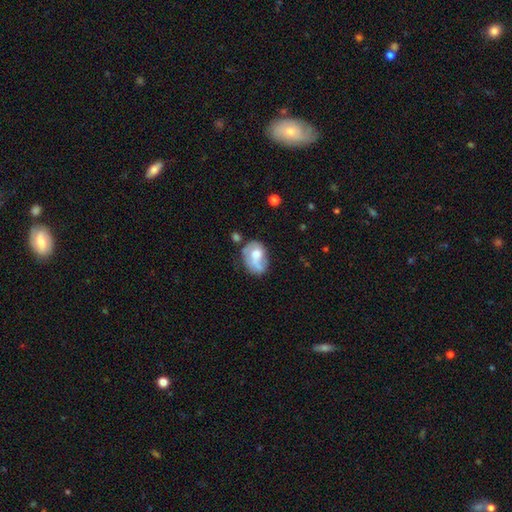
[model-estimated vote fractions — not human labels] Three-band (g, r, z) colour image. It shows a smooth galaxy with no disk features (46%, tied with featured or disk). Merging: none (36%).